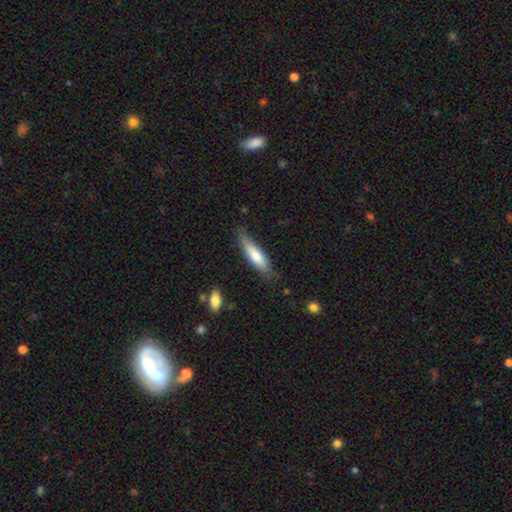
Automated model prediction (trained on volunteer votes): smooth-or-featured: smooth: 70% | featured or disk: 24% | star or artifact: 6%
  how-rounded: cigar-shaped: 67% | in between: 31% | round: 2%
  merging: none: 72% | minor disturbance: 21% | major disturbance: 4% | merger: 2%